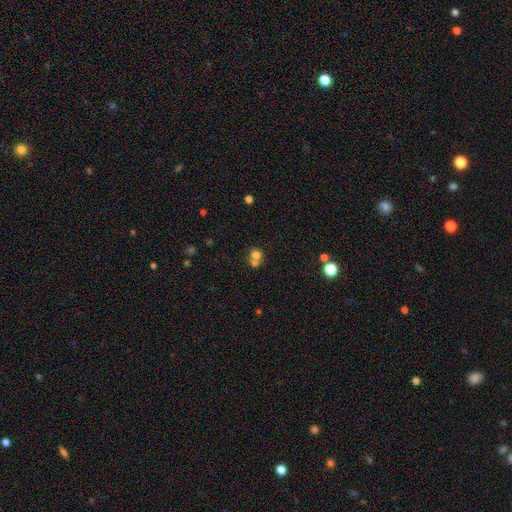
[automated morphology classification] Smooth or featured: smooth — 70% (featured or disk — 16%)
How rounded: round — 81% (in between — 18%)
Merging: merger — 54% (none — 38%)